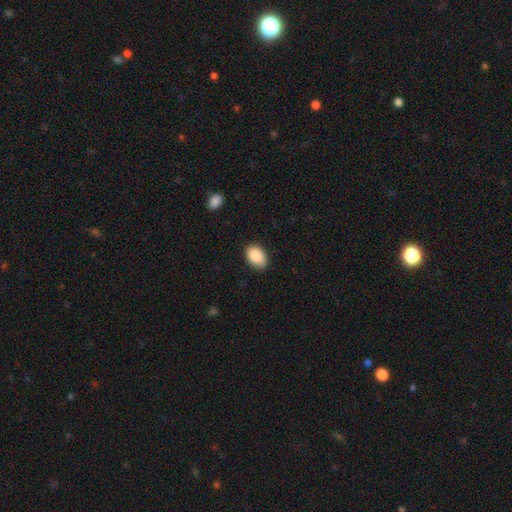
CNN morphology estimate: Smooth or featured? Predicted: smooth (p=0.89). How rounded? Predicted: in between (p=0.87). Merging? Predicted: none (p=0.80).